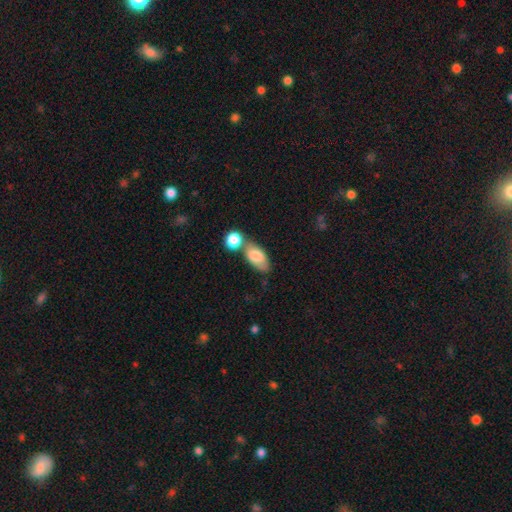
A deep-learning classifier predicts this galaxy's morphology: Smooth or featured? Predicted: smooth (p=0.79). How rounded? Predicted: in between (p=0.88). Merging? Predicted: none (p=0.41).